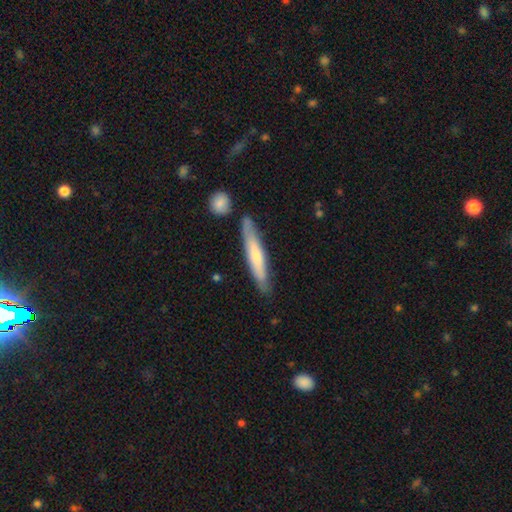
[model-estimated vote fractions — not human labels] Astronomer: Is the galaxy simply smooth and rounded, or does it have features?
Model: smooth — 56% (runner-up: featured or disk, 39%).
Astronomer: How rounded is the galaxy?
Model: cigar-shaped — 91%.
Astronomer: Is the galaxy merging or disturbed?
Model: none — 78%.